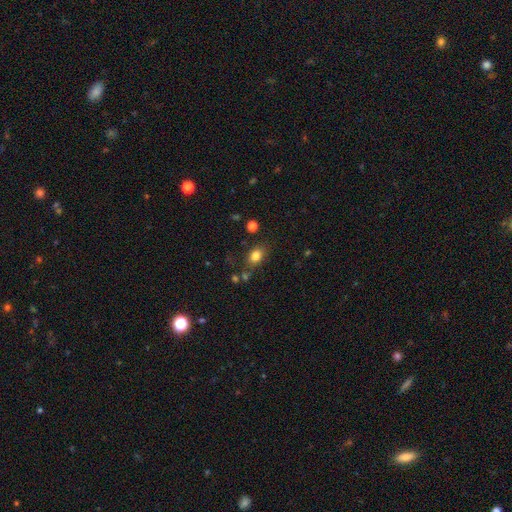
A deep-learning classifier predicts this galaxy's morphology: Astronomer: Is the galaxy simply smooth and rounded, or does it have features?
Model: smooth — 81%.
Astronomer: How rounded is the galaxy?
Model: in between — 65%.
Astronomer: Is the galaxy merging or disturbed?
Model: none — 74%.